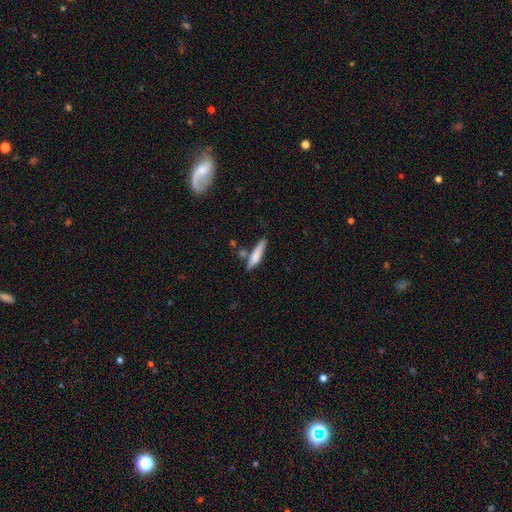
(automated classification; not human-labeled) The model was most divided on "merging": none: 63%, minor disturbance: 19%, merger: 12%, major disturbance: 5%. More confident: how rounded — cigar-shaped (83%); smooth or featured — smooth (71%).